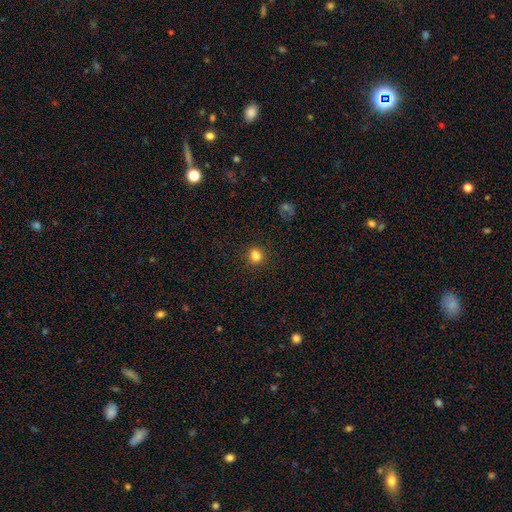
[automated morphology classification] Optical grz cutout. It shows a smooth galaxy with no disk features (84%) that is round (82%). Merging: none (90%).